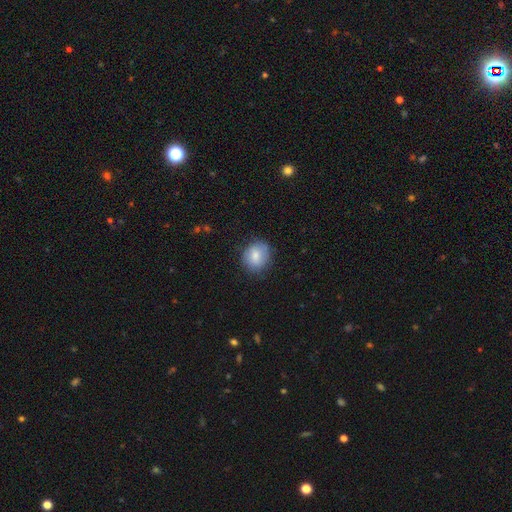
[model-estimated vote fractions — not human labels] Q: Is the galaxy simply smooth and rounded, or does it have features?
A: smooth — 79%.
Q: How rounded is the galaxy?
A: round — 67%.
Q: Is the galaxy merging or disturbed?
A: none — 78%.